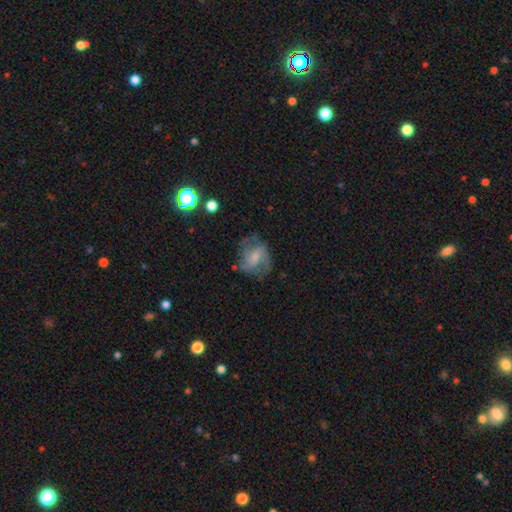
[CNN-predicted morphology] type=featured or disk (60%); edge-on=no (96%); bar=weak (46%); spiral arms=yes (80%); bulge=small (46%); merging=none (62%).